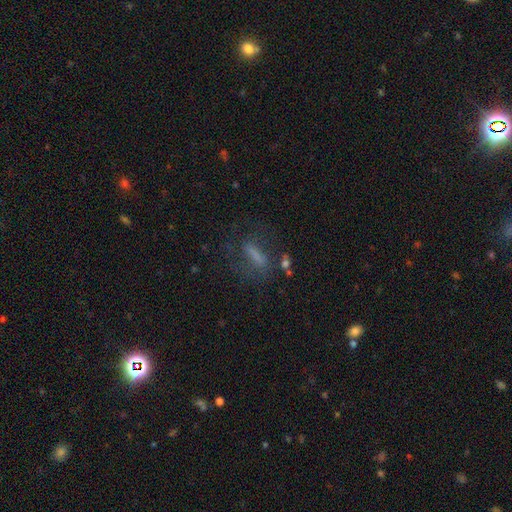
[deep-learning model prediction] Morphology: type=smooth (50%); roundness=cigar-shaped (61%); merging=none (56%).